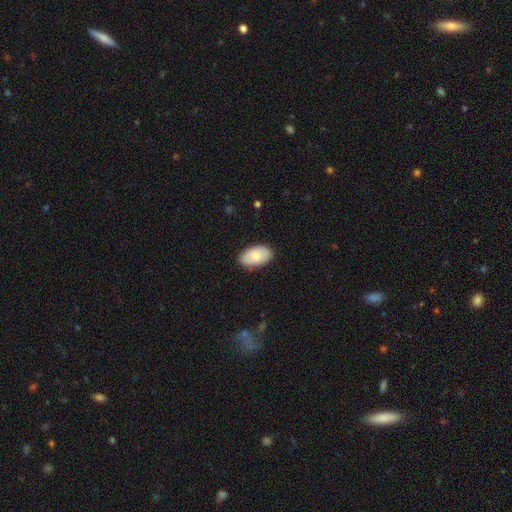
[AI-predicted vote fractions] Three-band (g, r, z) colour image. It shows a smooth galaxy with no disk features (83%) that is in between round and cigar-shaped (95%). Merging: none (85%).